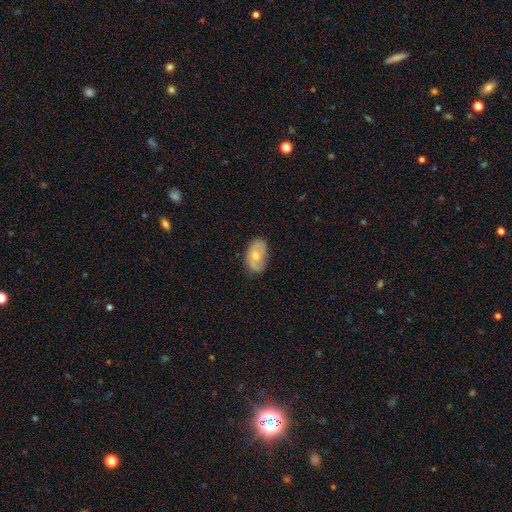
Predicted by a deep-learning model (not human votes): smooth_or_featured: smooth (p=0.60) [alt: featured or disk p=0.33]
how_rounded: in between (p=0.91) [alt: round p=0.07]
merging: none (p=0.68) [alt: minor disturbance p=0.25]